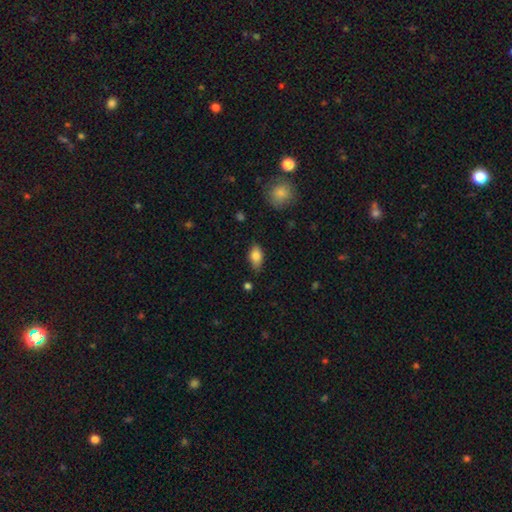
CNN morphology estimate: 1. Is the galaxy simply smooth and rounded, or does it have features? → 82% smooth, 10% featured or disk, 7% star or artifact.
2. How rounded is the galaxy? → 89% in between, 6% round, 5% cigar-shaped.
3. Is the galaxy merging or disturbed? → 76% none, 19% minor disturbance, 3% major disturbance, 2% merger.